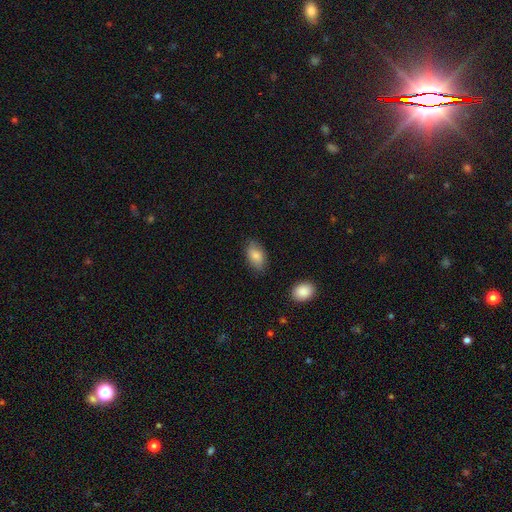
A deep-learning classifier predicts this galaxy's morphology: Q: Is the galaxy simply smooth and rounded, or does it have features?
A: smooth — 84%.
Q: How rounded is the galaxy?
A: in between — 92%.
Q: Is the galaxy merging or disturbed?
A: none — 79%.